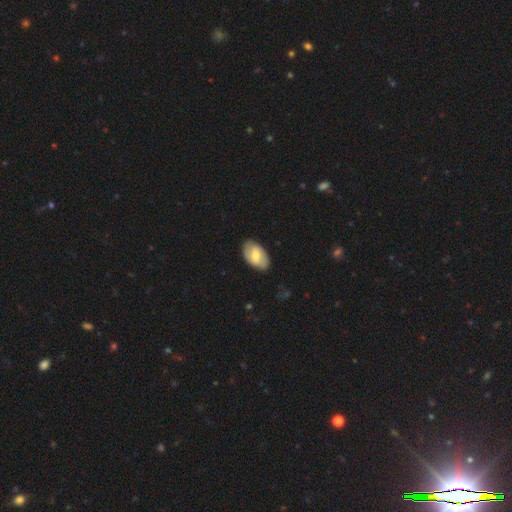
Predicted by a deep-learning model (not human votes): Q: Smooth or featured?
A: smooth (55%); runner-up: featured or disk (40%)
Q: How rounded?
A: in between (92%); runner-up: round (7%)
Q: Merging?
A: none (78%); runner-up: minor disturbance (18%)